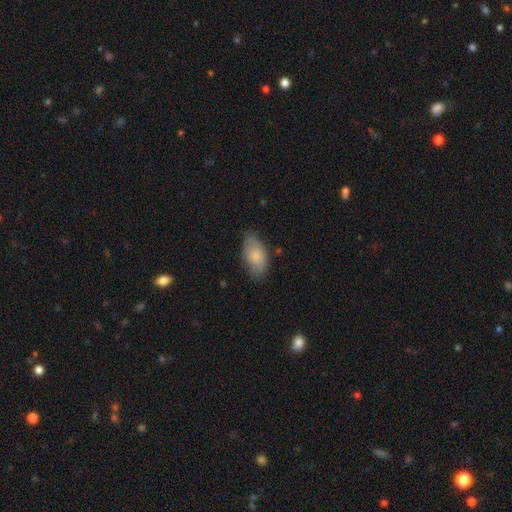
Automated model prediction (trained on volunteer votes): Smooth or featured?
  - smooth: 80% *
  - featured or disk: 14%
  - star or artifact: 6%
How rounded?
  - in between: 93% *
  - cigar-shaped: 3%
  - round: 3%
Merging?
  - none: 74% *
  - minor disturbance: 20%
  - major disturbance: 4%
  - merger: 1%